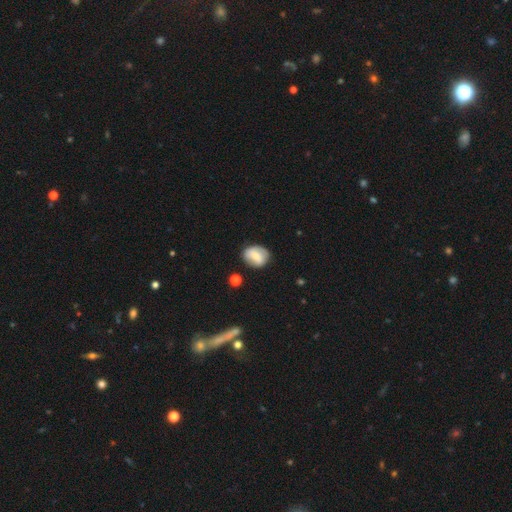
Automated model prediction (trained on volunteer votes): Overall: smooth (58%; featured or disk 35%). How rounded: round (50%; in between 49%). Merging: none (73%).